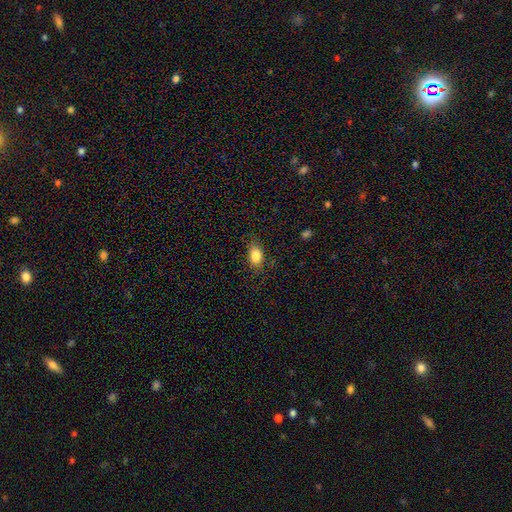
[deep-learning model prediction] smooth 85%, star or artifact 9%, featured or disk 6%. Down the decision tree: how rounded — in between (84%); merging — none (77%).